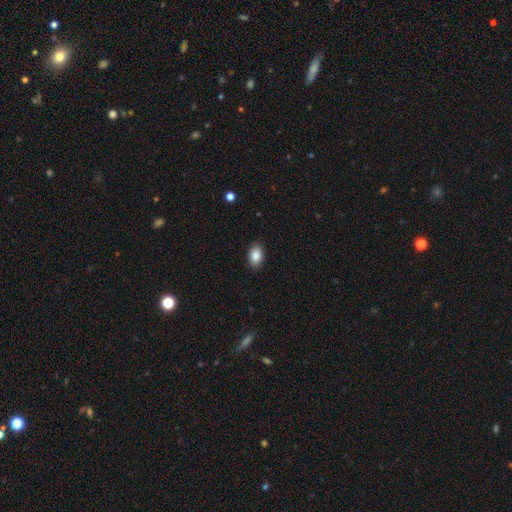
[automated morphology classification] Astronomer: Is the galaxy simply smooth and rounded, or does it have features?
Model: smooth — 88%.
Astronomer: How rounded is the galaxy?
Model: in between — 87%.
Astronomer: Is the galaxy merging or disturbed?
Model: none — 89%.